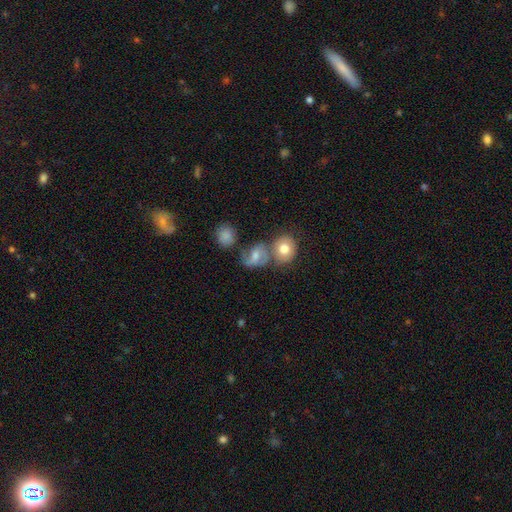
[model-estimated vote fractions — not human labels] Overall: featured or disk (48%; smooth 40%). Merging: none (47%; merger 28%).